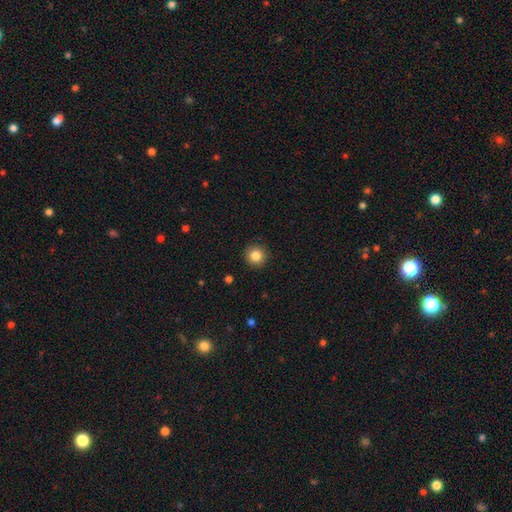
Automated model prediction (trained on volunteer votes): A smooth galaxy with no disk features (84%) that is round (95%).

Vote fractions:
- Smooth or featured? smooth: 84% / star or artifact: 10% / featured or disk: 5%
- How rounded? round: 95% / in between: 4% / cigar-shaped: 1%
- Merging? none: 92% / minor disturbance: 6% / major disturbance: 2% / merger: 1%